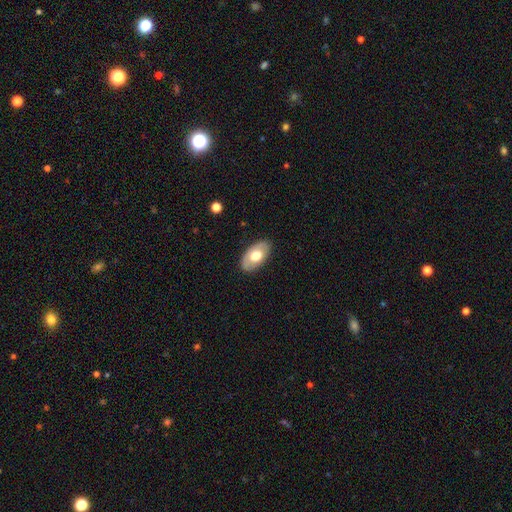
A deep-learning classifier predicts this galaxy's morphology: smooth 59%, featured or disk 35%, star or artifact 6%. Down the decision tree: how rounded — in between (93%); merging — none (83%).